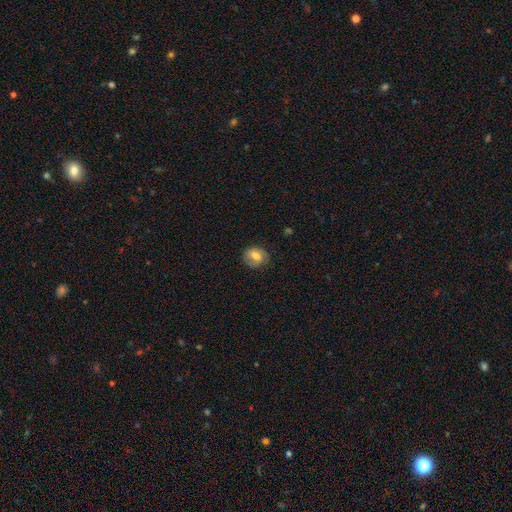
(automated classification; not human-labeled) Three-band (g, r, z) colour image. It shows a smooth galaxy with no disk features (57%) that is round (59%). Merging: none (73%).